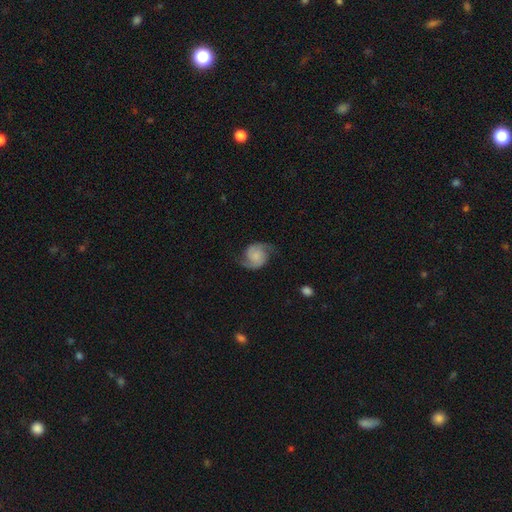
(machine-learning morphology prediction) smooth-or-featured: featured or disk: 78% | smooth: 15% | star or artifact: 7%
  disk-edge-on: no: 98% | yes: 2%
    bar: no: 73% | weak: 22% | strong: 5%
    has-spiral-arms: yes: 96% | no: 4%
      spiral-winding: medium: 47% | loose: 36% | tight: 18%
      spiral-arm-count: 2: 93% | can't tell: 2% | 1: 2% | 3: 1% | 4: 1% | more than 4: 1%
    bulge-size: none: 38% | small: 35% | moderate: 16% | large: 7% | dominant: 4%
  merging: none: 77% | minor disturbance: 15% | major disturbance: 7% | merger: 1%